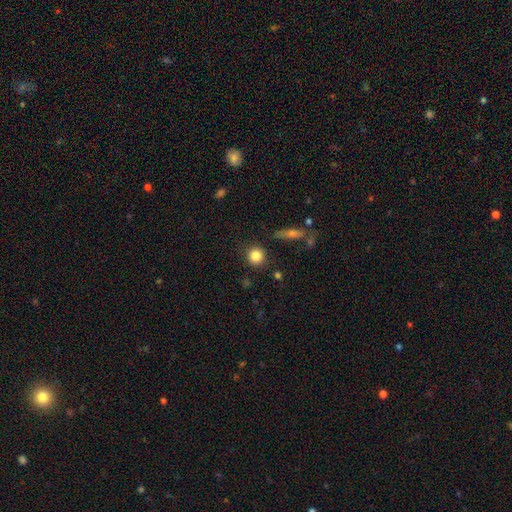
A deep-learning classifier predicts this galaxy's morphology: type=smooth (83%); roundness=round (91%); merging=none (88%).